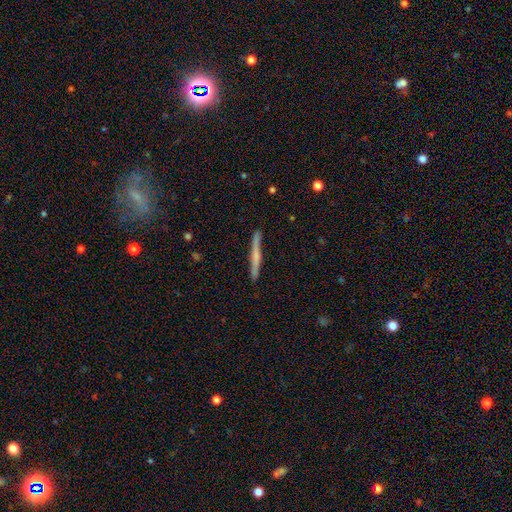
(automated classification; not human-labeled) featured or disk 52%, smooth 42%, star or artifact 6%. Down the decision tree: edge-on disk — yes (97%); edge-on bulge — none (47%); merging — none (88%).